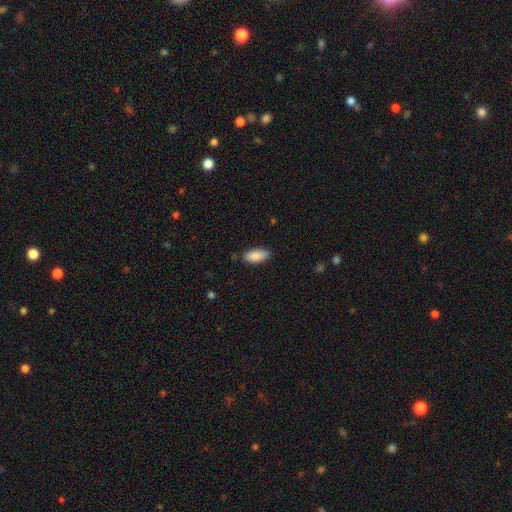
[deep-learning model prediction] This appears to be a smooth galaxy with no disk features (88%) that is in between round and cigar-shaped (88%). Merging: none (79%).